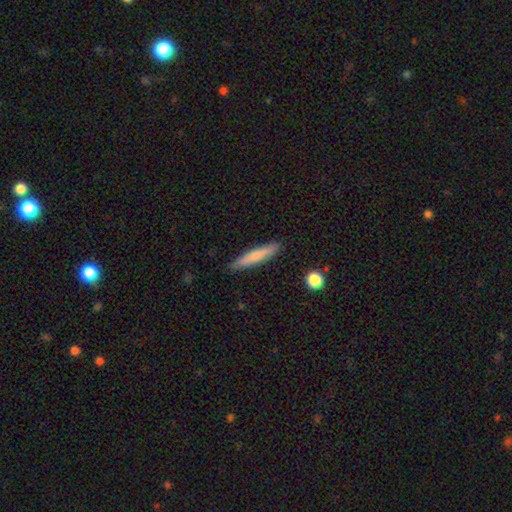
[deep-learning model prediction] smooth-or-featured: smooth: 73% | featured or disk: 21% | star or artifact: 6%
  how-rounded: cigar-shaped: 91% | in between: 8% | round: 1%
  merging: none: 88% | minor disturbance: 9% | major disturbance: 2% | merger: 1%